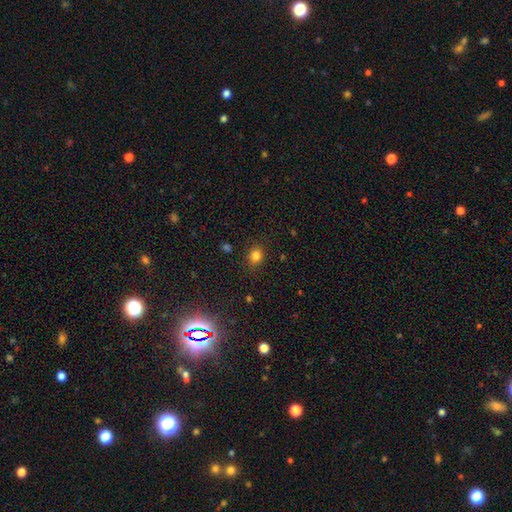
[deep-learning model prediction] A smooth galaxy with no disk features (81%) that is round (71%). Merging: none (86%).